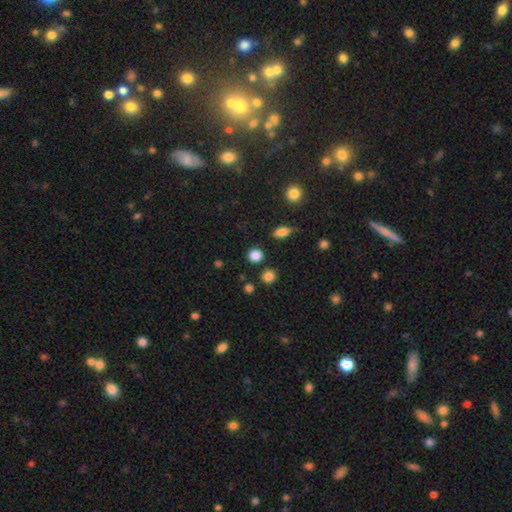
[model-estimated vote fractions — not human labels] smooth_or_featured: smooth (p=0.84) [alt: star or artifact p=0.12]
how_rounded: round (p=0.86) [alt: in between p=0.13]
merging: none (p=0.86) [alt: minor disturbance p=0.08]